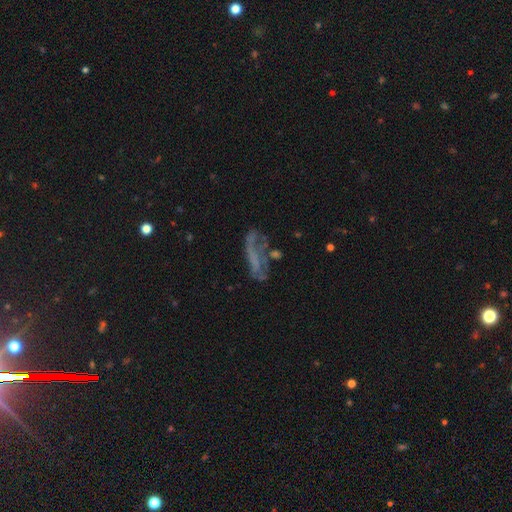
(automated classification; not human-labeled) Overall: featured or disk (52%; smooth 33%). Edge-on disk: no (83%). Merging: none (35%; major disturbance 32%).